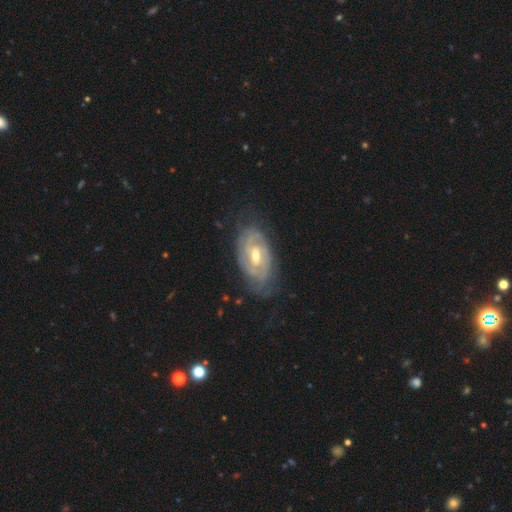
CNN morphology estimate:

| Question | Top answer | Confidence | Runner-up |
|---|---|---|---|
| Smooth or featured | featured or disk | 85% | smooth (10%) |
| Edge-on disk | no | 95% | yes (5%) |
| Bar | weak | 52% | no (26%) |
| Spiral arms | yes | 91% | no (9%) |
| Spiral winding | tight | 71% | medium (23%) |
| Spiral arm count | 2 | 53% | can't tell (29%) |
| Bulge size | moderate | 68% | small (25%) |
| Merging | none | 71% | minor disturbance (20%) |